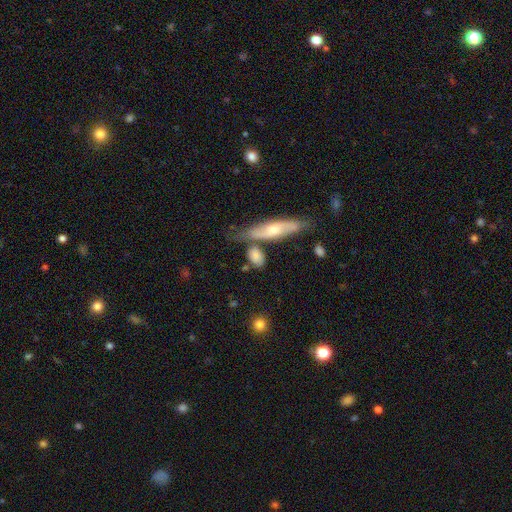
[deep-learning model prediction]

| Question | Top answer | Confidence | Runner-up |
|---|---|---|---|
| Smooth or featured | smooth | 75% | featured or disk (18%) |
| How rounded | in between | 69% | round (16%) |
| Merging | none | 54% | merger (23%) |